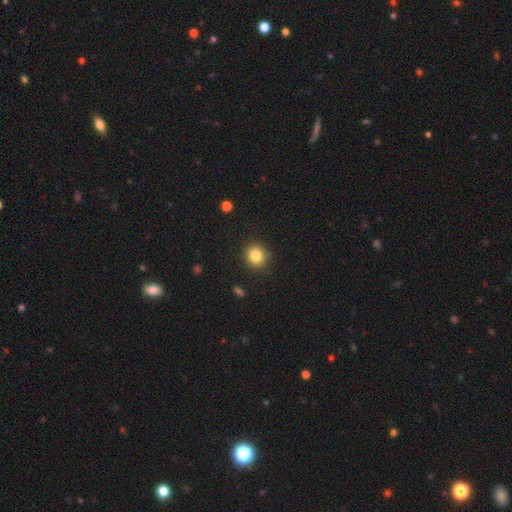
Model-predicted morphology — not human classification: A smooth galaxy with no disk features (83%) that is round (86%). Merging: none (89%).